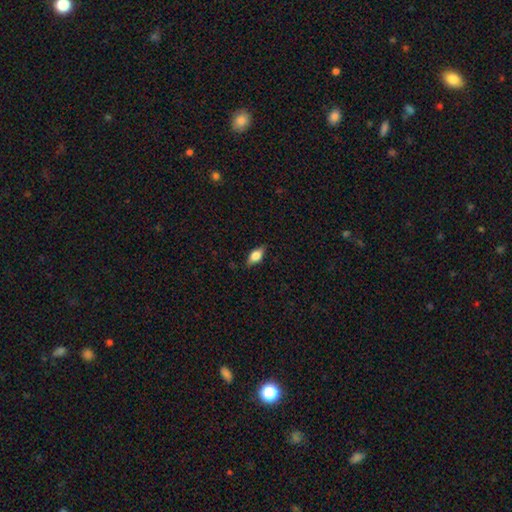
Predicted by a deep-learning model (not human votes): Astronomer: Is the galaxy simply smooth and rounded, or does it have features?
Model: smooth — 74%.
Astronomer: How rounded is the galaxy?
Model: in between — 84%.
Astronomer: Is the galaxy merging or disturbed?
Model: none — 83%.